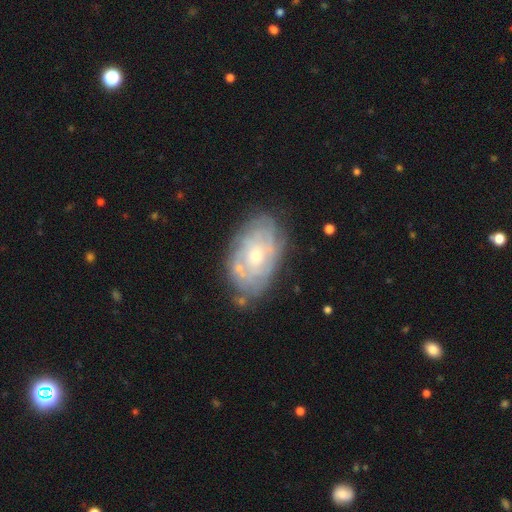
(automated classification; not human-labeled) A featured or disk galaxy (70%) with no bar (80%), spiral arms (70%) and a small central bulge (50%). Merging: none (72%).